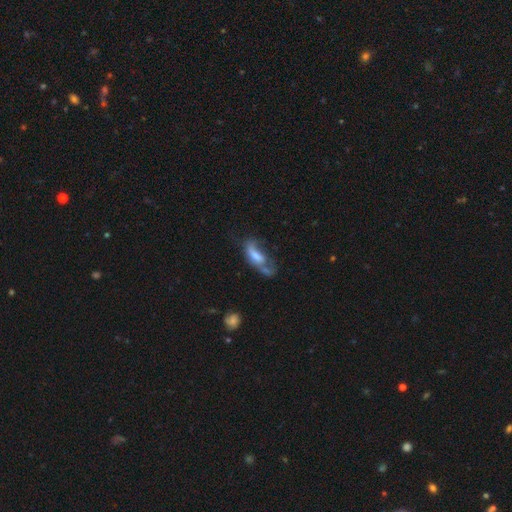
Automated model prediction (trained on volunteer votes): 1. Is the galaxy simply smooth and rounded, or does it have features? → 55% smooth, 36% featured or disk, 9% star or artifact.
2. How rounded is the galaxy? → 72% in between, 24% cigar-shaped, 3% round.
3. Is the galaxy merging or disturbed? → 35% major disturbance, 25% none, 22% minor disturbance, 18% merger.